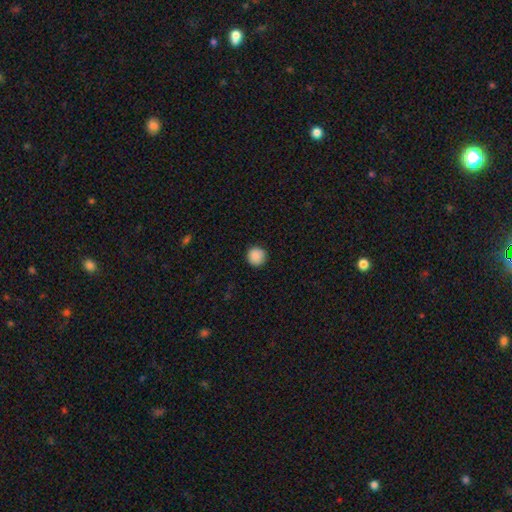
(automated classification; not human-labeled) A smooth galaxy with no disk features (88%) that is round (95%). Merging: none (91%).